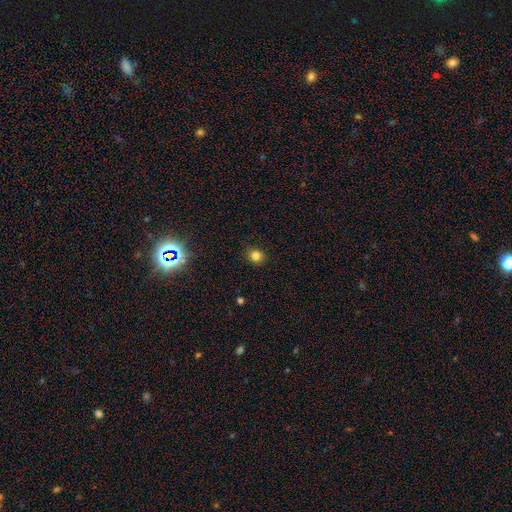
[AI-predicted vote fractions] Smooth or featured?
  - smooth: 80% *
  - star or artifact: 14%
  - featured or disk: 6%
How rounded?
  - round: 78% *
  - in between: 21%
  - cigar-shaped: 1%
Merging?
  - none: 90% *
  - minor disturbance: 7%
  - major disturbance: 2%
  - merger: 1%